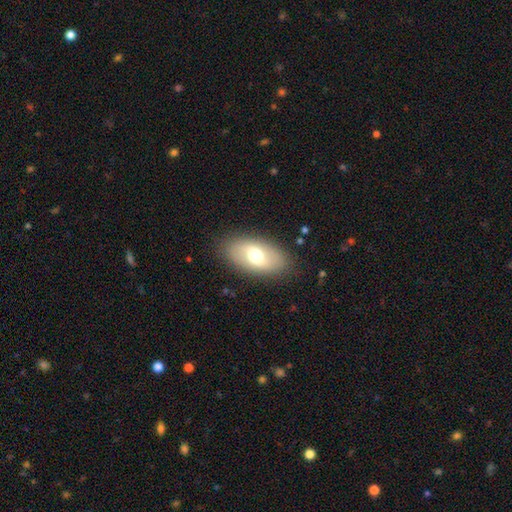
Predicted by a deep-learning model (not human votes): smooth-or-featured: smooth: 61% | featured or disk: 32% | star or artifact: 7%
  how-rounded: in between: 92% | round: 6% | cigar-shaped: 3%
  merging: none: 85% | minor disturbance: 10% | major disturbance: 4% | merger: 1%